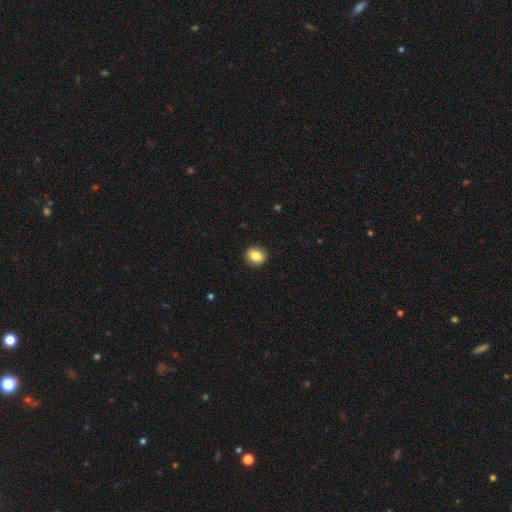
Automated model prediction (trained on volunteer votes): Smooth or featured? Predicted: smooth (p=0.84). How rounded? Predicted: round (p=0.73). Merging? Predicted: none (p=0.91).